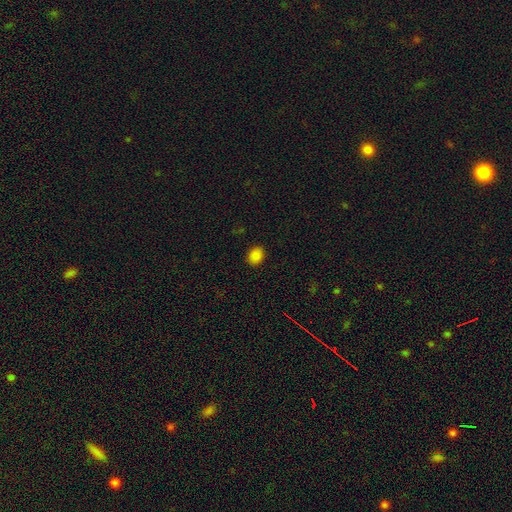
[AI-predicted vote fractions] Overall: smooth (85%). How rounded: in between (51%; round 48%). Merging: none (90%).